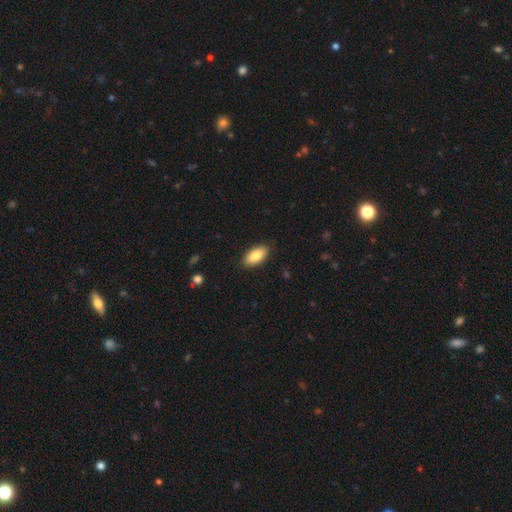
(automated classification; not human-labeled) smooth-or-featured: smooth: 86% | featured or disk: 8% | star or artifact: 6%
  how-rounded: in between: 91% | cigar-shaped: 7% | round: 2%
  merging: none: 88% | minor disturbance: 9% | major disturbance: 2% | merger: 1%